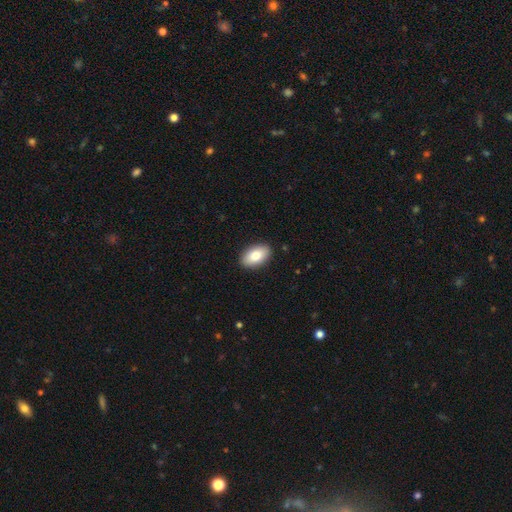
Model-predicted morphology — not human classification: type=smooth (82%); roundness=in between (93%); merging=none (90%).